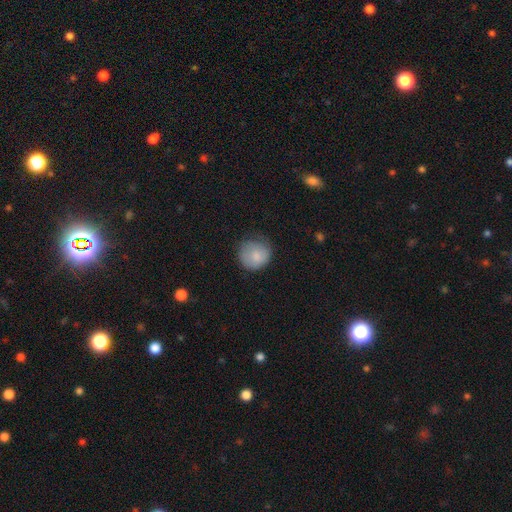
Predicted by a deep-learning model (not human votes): A smooth galaxy with no disk features (83%) that is round (87%).

Vote fractions:
- Smooth or featured? smooth: 83% / featured or disk: 10% / star or artifact: 7%
- How rounded? round: 87% / in between: 12% / cigar-shaped: 1%
- Merging? none: 61% / minor disturbance: 29% / major disturbance: 9% / merger: 1%